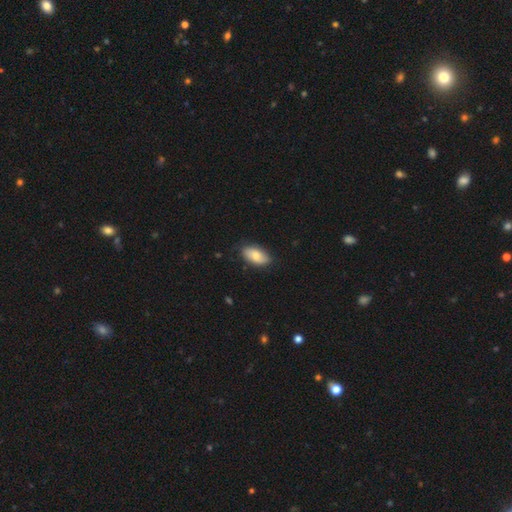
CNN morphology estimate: smooth-or-featured: smooth: 73% | featured or disk: 21% | star or artifact: 6%
  how-rounded: in between: 94% | round: 4% | cigar-shaped: 3%
  merging: none: 79% | minor disturbance: 17% | major disturbance: 3% | merger: 1%